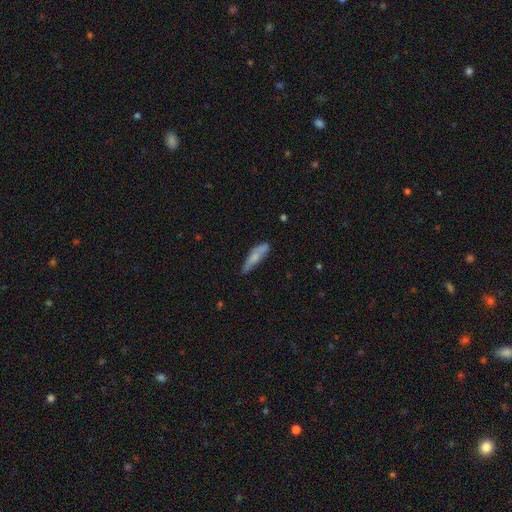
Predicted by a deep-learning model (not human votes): A smooth galaxy with no disk features (64%) that is cigar-shaped (71%).

Vote fractions:
- Smooth or featured? smooth: 64% / featured or disk: 29% / star or artifact: 7%
- How rounded? cigar-shaped: 71% / in between: 27% / round: 2%
- Merging? none: 61% / minor disturbance: 28% / major disturbance: 7% / merger: 4%